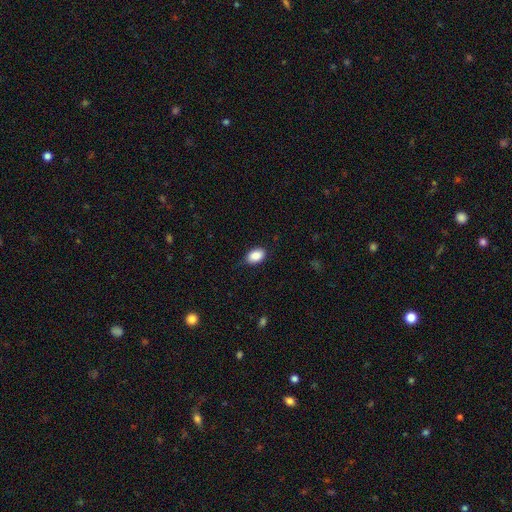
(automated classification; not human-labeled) A smooth galaxy with no disk features (89%) that is in between round and cigar-shaped (87%).

Vote fractions:
- Smooth or featured? smooth: 89% / star or artifact: 7% / featured or disk: 4%
- How rounded? in between: 87% / round: 11% / cigar-shaped: 1%
- Merging? none: 81% / minor disturbance: 16% / major disturbance: 3% / merger: 1%